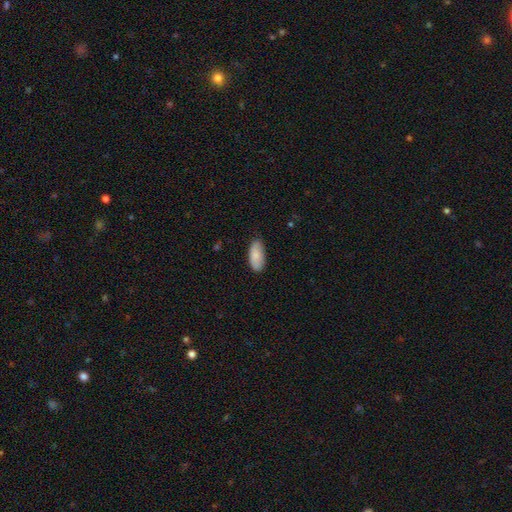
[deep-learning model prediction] smooth 84%, featured or disk 10%, star or artifact 6%. Down the decision tree: how rounded — in between (89%); merging — none (78%).